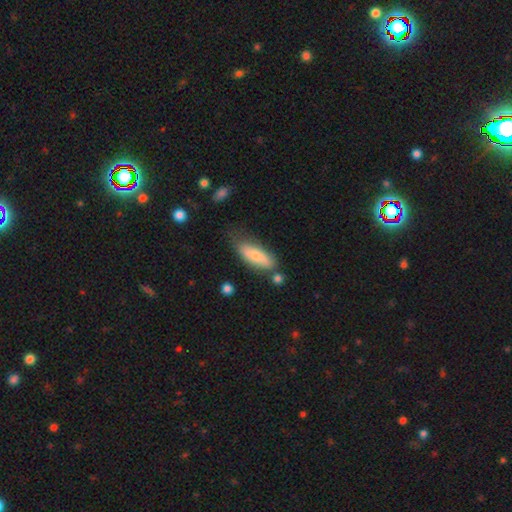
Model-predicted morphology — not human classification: Smooth or featured? smooth (73%)
How rounded? in between (67%)
Merging? none (52%)